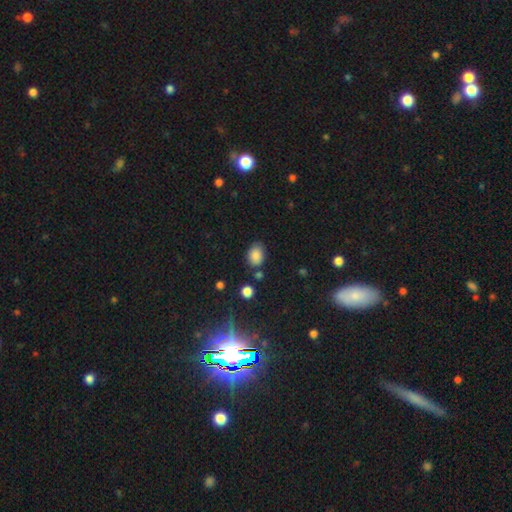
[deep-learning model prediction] Q: Smooth or featured?
A: smooth (84%); runner-up: star or artifact (11%)
Q: How rounded?
A: in between (67%); runner-up: round (32%)
Q: Merging?
A: none (74%); runner-up: minor disturbance (17%)